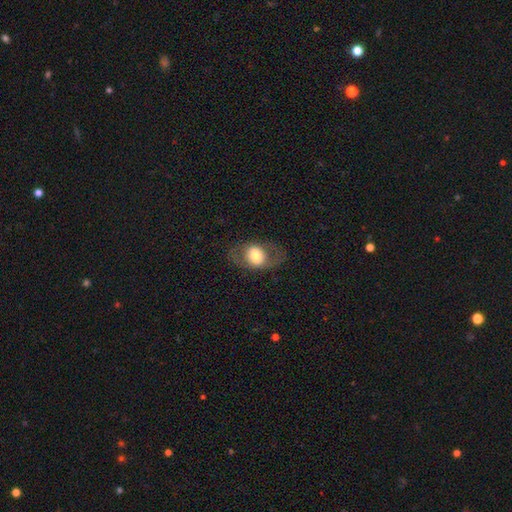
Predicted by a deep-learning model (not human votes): A smooth galaxy with no disk features (56%) that is in between round and cigar-shaped (52%).

Vote fractions:
- Smooth or featured? smooth: 56% / featured or disk: 36% / star or artifact: 8%
- How rounded? in between: 52% / round: 47% / cigar-shaped: 1%
- Merging? none: 73% / minor disturbance: 14% / major disturbance: 12% / merger: 1%